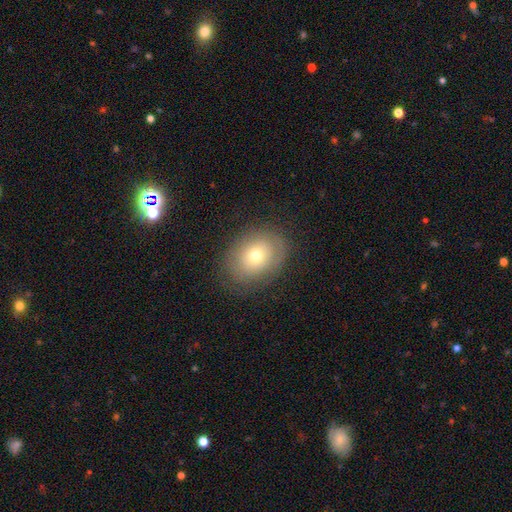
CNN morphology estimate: Smooth or featured? Predicted: smooth (p=0.61). How rounded? Predicted: in between (p=0.60). Merging? Predicted: none (p=0.79).